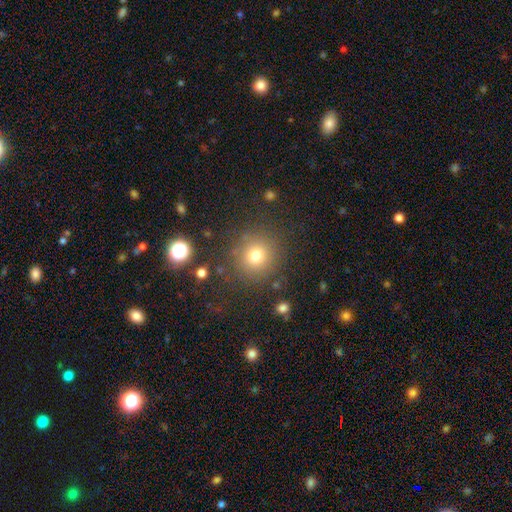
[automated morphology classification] Overall: smooth (75%). How rounded: round (91%). Merging: none (84%).